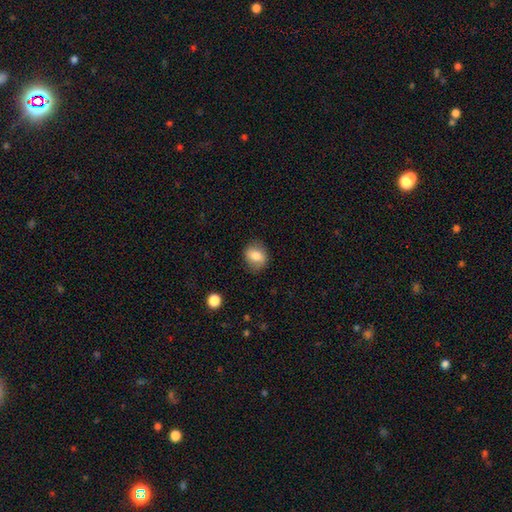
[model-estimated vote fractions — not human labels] Smooth or featured? Predicted: smooth (p=0.74). How rounded? Predicted: round (p=0.60). Merging? Predicted: none (p=0.79).